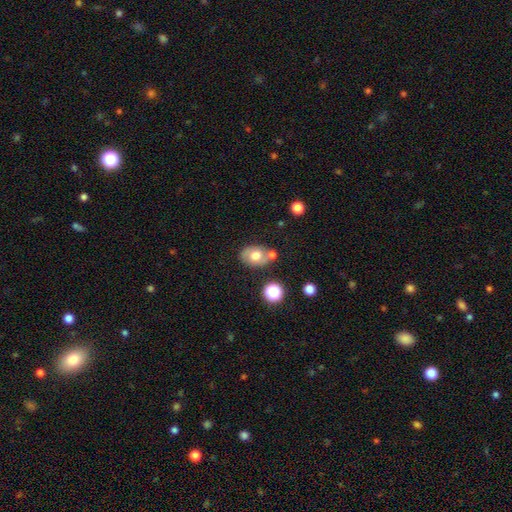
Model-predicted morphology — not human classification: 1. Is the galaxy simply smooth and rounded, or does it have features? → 65% smooth, 25% featured or disk, 11% star or artifact.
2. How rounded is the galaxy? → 66% in between, 33% round, 1% cigar-shaped.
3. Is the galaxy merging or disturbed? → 61% none, 17% minor disturbance, 16% merger, 5% major disturbance.